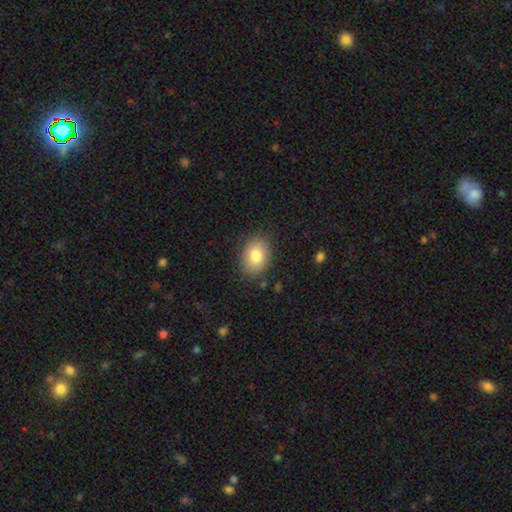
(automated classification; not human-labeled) smooth_or_featured: smooth (p=0.82) [alt: featured or disk p=0.10]
how_rounded: in between (p=0.75) [alt: round p=0.24]
merging: none (p=0.85) [alt: minor disturbance p=0.11]